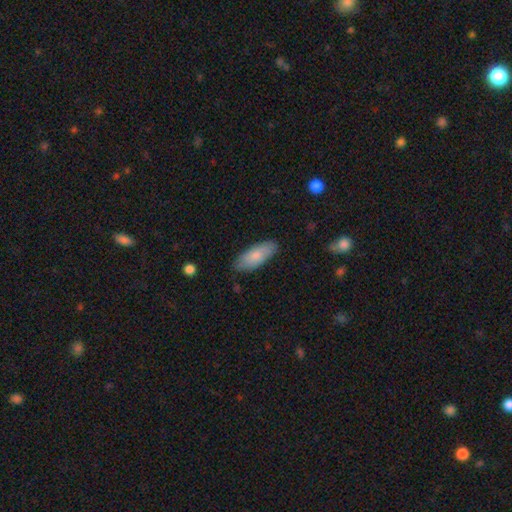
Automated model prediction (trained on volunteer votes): smooth-or-featured: smooth: 80% | featured or disk: 14% | star or artifact: 5%
  how-rounded: in between: 76% | cigar-shaped: 22% | round: 2%
  merging: none: 83% | minor disturbance: 14% | major disturbance: 2% | merger: 1%